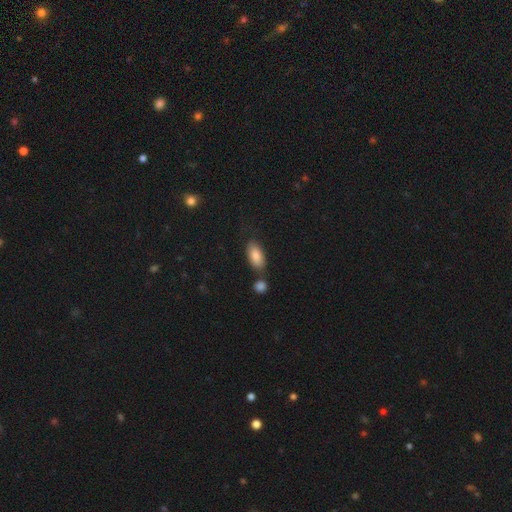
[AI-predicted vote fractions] Morphology: type=smooth (85%); roundness=in between (90%); merging=none (67%).